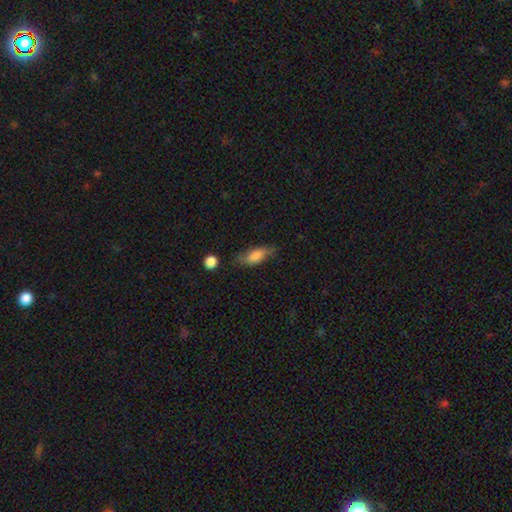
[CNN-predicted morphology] A smooth galaxy with no disk features (75%) that is in between round and cigar-shaped (74%).

Vote fractions:
- Smooth or featured? smooth: 75% / featured or disk: 17% / star or artifact: 7%
- How rounded? in between: 74% / cigar-shaped: 22% / round: 3%
- Merging? none: 62% / minor disturbance: 26% / major disturbance: 8% / merger: 3%